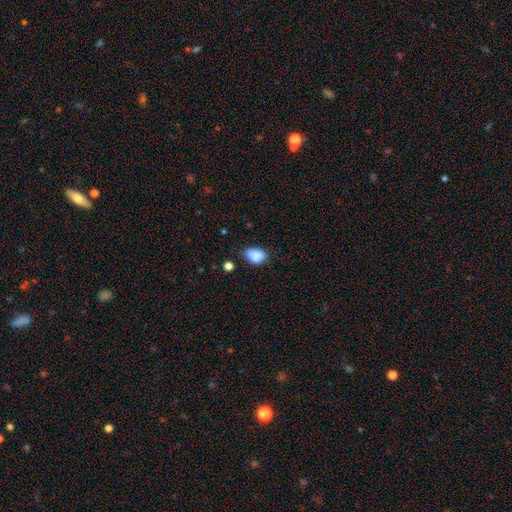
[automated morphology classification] Smooth or featured? Predicted: smooth (p=0.83). How rounded? Predicted: in between (p=0.80). Merging? Predicted: none (p=0.57).